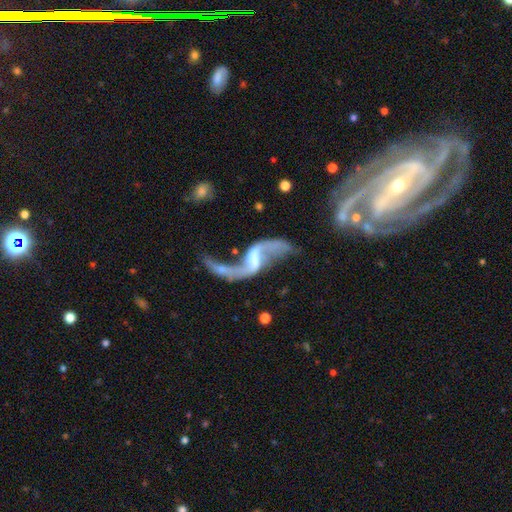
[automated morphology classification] Smooth or featured: featured or disk — 88% (star or artifact — 7%)
Edge-on disk: no — 95% (yes — 5%)
Bar: weak — 46% (no — 30%)
Spiral arms: yes — 93% (no — 7%)
Spiral winding: loose — 89% (medium — 8%)
Spiral arm count: 2 — 92% (1 — 3%)
Bulge size: small — 40% (none — 30%)
Merging: none — 43% (merger — 20%)